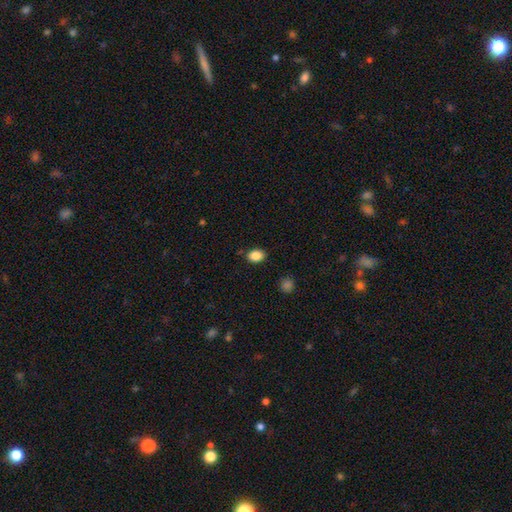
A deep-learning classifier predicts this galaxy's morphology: smooth-or-featured: smooth: 87% | star or artifact: 9% | featured or disk: 4%
  how-rounded: in between: 67% | round: 32% | cigar-shaped: 1%
  merging: none: 83% | minor disturbance: 12% | major disturbance: 3% | merger: 2%